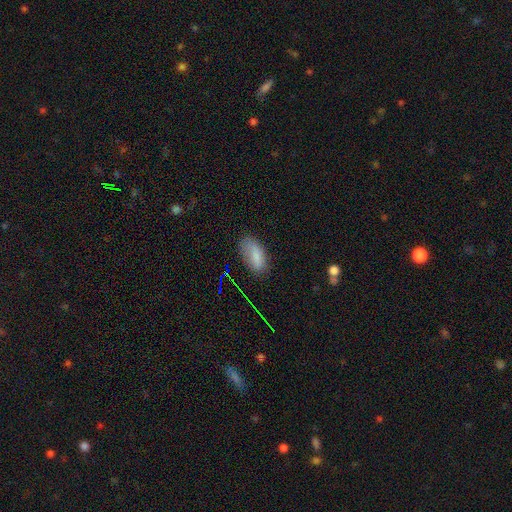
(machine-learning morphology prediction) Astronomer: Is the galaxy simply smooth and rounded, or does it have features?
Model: smooth — 80%.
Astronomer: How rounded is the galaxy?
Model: in between — 90%.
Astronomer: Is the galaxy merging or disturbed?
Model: none — 67%.